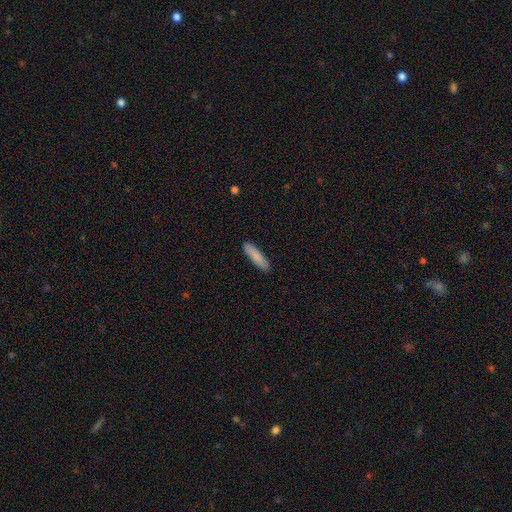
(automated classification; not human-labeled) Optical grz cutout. It shows a smooth galaxy with no disk features (86%) that is cigar-shaped (77%). Merging: none (89%).